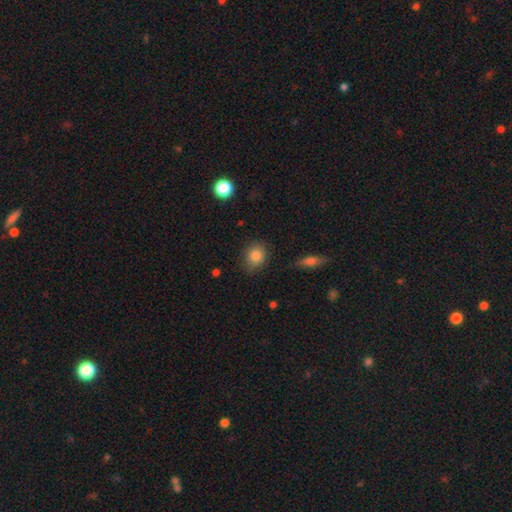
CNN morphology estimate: type=smooth (83%); roundness=round (60%); merging=none (81%).